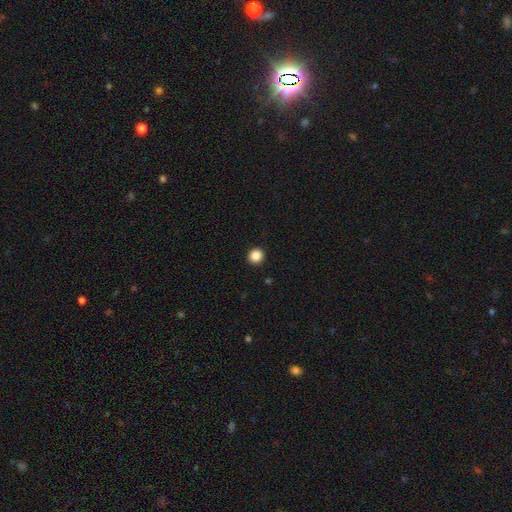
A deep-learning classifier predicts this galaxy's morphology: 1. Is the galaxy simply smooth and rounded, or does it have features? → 87% smooth, 10% star or artifact, 3% featured or disk.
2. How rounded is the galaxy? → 92% round, 7% in between, 1% cigar-shaped.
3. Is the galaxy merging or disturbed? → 93% none, 4% minor disturbance, 1% major disturbance, 1% merger.